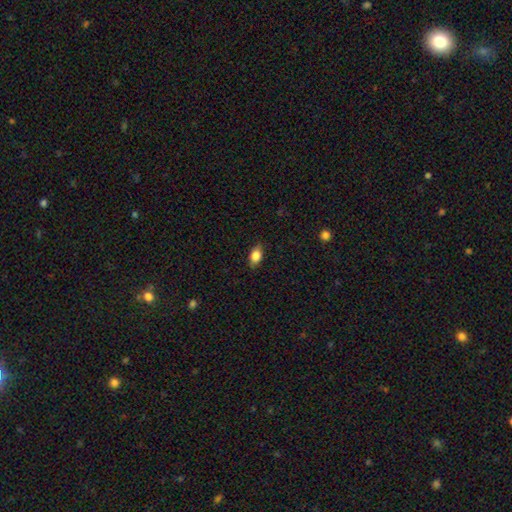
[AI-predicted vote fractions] This appears to be a smooth galaxy with no disk features (83%) that is in between round and cigar-shaped (83%). Merging: none (83%).